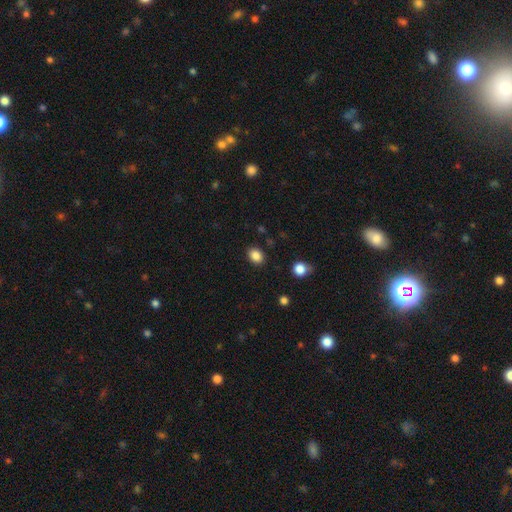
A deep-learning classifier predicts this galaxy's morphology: Overall: smooth (86%). How rounded: in between (58%; round 41%). Merging: none (88%).